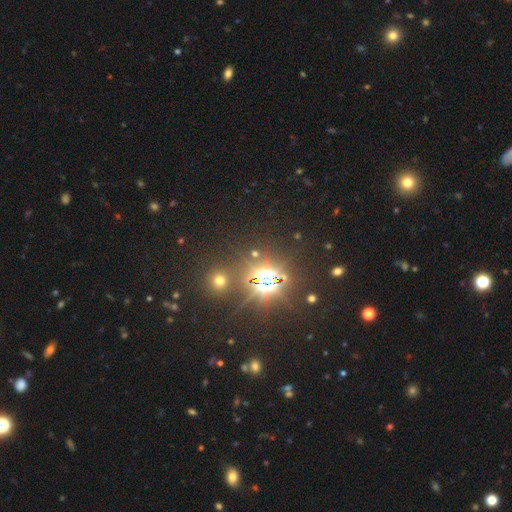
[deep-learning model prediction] This appears to be a star or artifact, not a galaxy (78%).